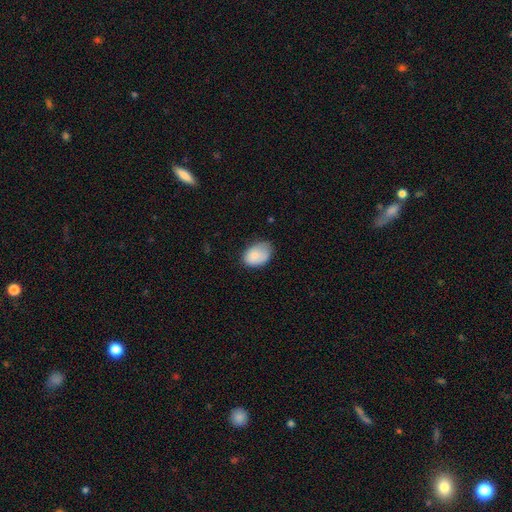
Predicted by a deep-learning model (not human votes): smooth-or-featured: smooth: 85% | featured or disk: 8% | star or artifact: 7%
  how-rounded: in between: 83% | round: 16% | cigar-shaped: 1%
  merging: none: 58% | minor disturbance: 32% | major disturbance: 8% | merger: 2%